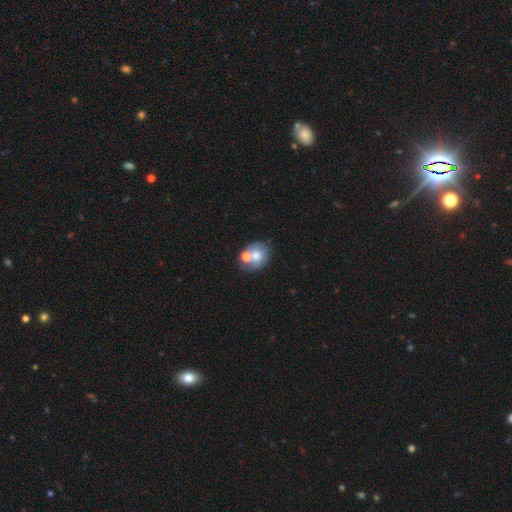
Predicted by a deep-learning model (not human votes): Q: Smooth or featured?
A: smooth (62%); runner-up: featured or disk (29%)
Q: How rounded?
A: in between (51%); runner-up: round (48%)
Q: Merging?
A: none (44%); runner-up: merger (36%)